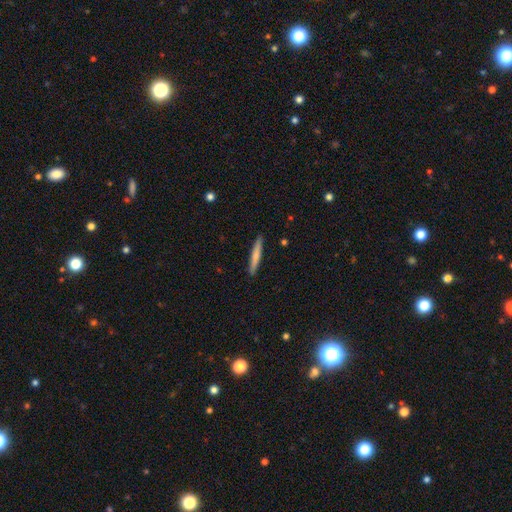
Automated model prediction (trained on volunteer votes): smooth 70%, featured or disk 25%, star or artifact 5%. Down the decision tree: how rounded — cigar-shaped (95%); merging — none (91%).